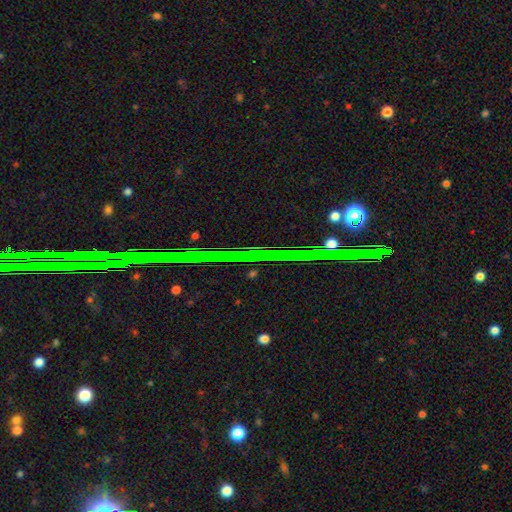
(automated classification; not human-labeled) Smooth or featured?
  - star or artifact: 79% *
  - featured or disk: 12%
  - smooth: 9%